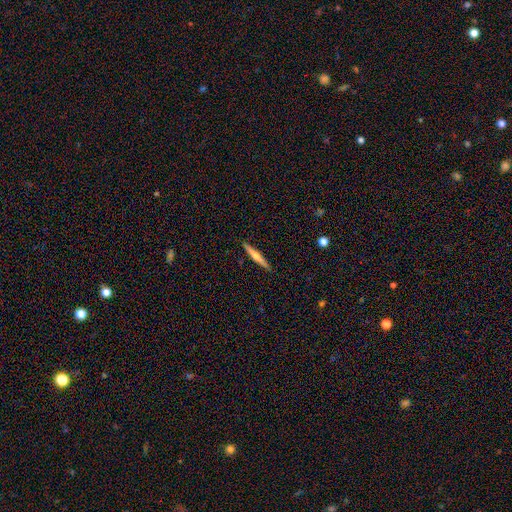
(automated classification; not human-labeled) Q: Smooth or featured?
A: featured or disk (60%); runner-up: smooth (35%)
Q: Edge-on disk?
A: yes (98%); runner-up: no (2%)
Q: Edge-on bulge?
A: rounded (83%); runner-up: none (12%)
Q: Merging?
A: none (92%); runner-up: minor disturbance (6%)